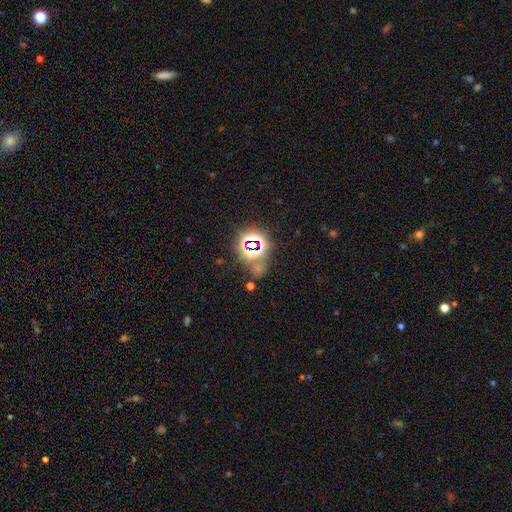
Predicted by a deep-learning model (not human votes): Q: Smooth or featured?
A: star or artifact (77%); runner-up: smooth (14%)